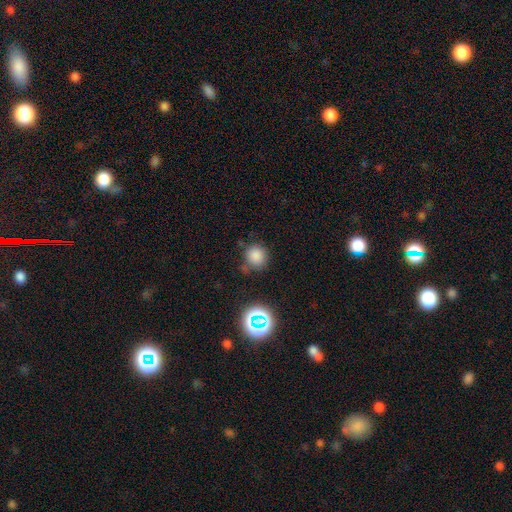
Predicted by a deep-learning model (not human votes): smooth_or_featured: smooth (p=0.79) [alt: star or artifact p=0.16]
how_rounded: round (p=0.87) [alt: in between p=0.12]
merging: none (p=0.72) [alt: minor disturbance p=0.17]